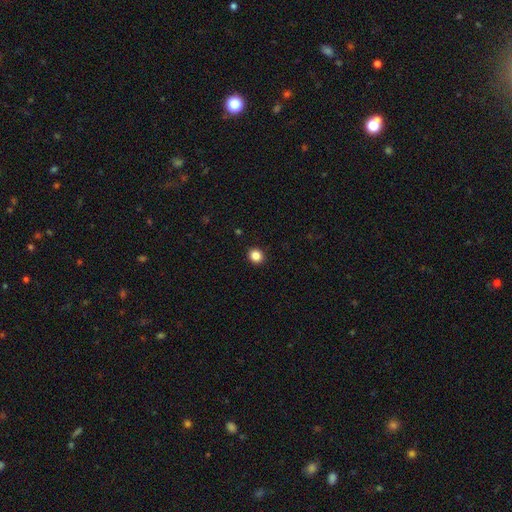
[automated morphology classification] This appears to be a smooth galaxy with no disk features (86%) that is round (83%). Merging: none (92%).